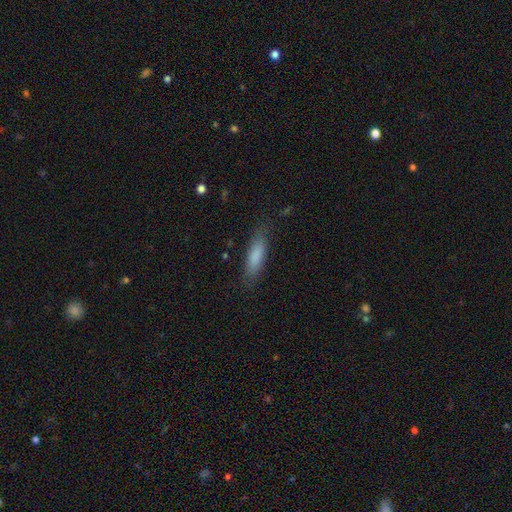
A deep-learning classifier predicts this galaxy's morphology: Q: Smooth or featured?
A: smooth (82%); runner-up: featured or disk (11%)
Q: How rounded?
A: cigar-shaped (60%); runner-up: in between (38%)
Q: Merging?
A: none (81%); runner-up: minor disturbance (14%)